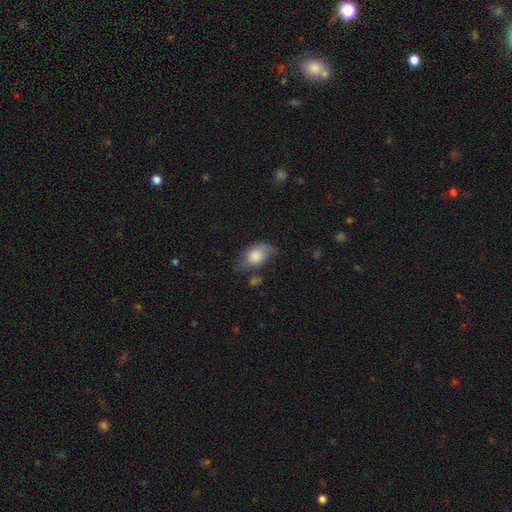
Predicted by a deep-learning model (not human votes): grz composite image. It shows a smooth galaxy with no disk features (75%) that is in between round and cigar-shaped (86%). Merging: none (47%).